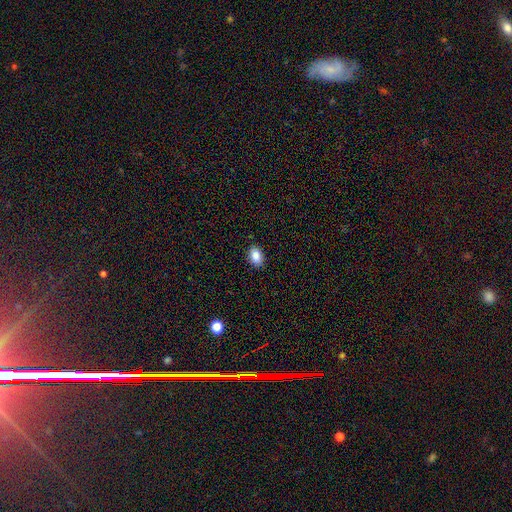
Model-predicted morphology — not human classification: A smooth galaxy with no disk features (86%) that is in between round and cigar-shaped (82%).

Vote fractions:
- Smooth or featured? smooth: 86% / star or artifact: 9% / featured or disk: 5%
- How rounded? in between: 82% / round: 17% / cigar-shaped: 1%
- Merging? none: 88% / minor disturbance: 9% / major disturbance: 2% / merger: 1%